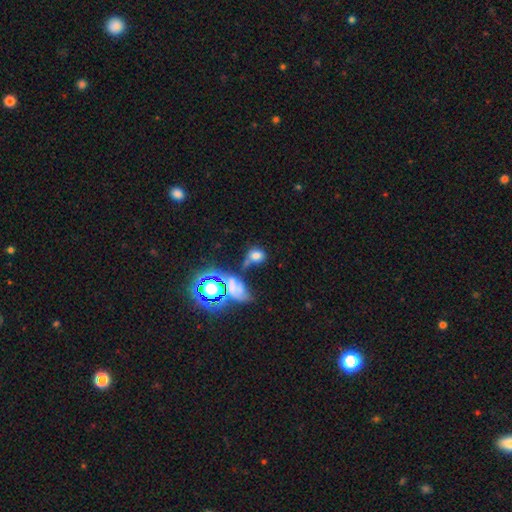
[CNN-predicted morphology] Smooth or featured?
  - smooth: 60% *
  - star or artifact: 27%
  - featured or disk: 13%
How rounded?
  - in between: 53% *
  - round: 44%
  - cigar-shaped: 3%
Merging?
  - none: 40% *
  - merger: 26%
  - minor disturbance: 19%
  - major disturbance: 15%